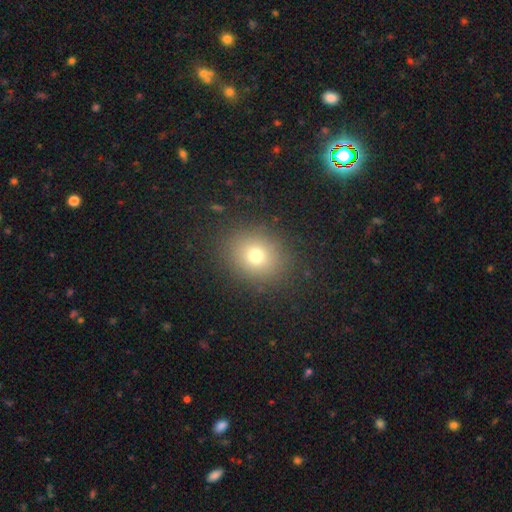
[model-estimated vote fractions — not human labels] Overall: smooth (73%). How rounded: round (70%). Merging: none (87%).